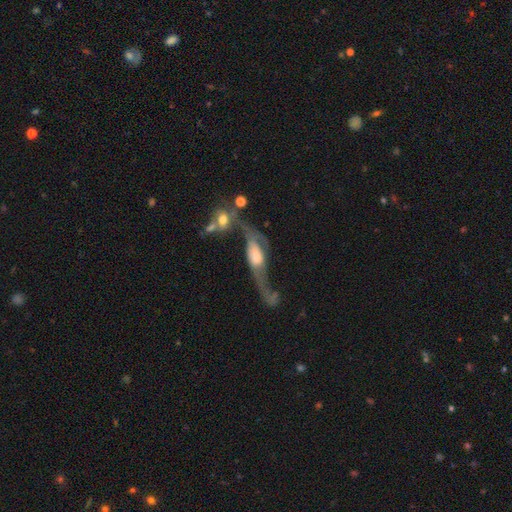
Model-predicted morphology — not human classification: A featured or disk galaxy (65%) with no bar (54%), spiral arms (73%) and a large central bulge (36%). Merging: merger (44%).